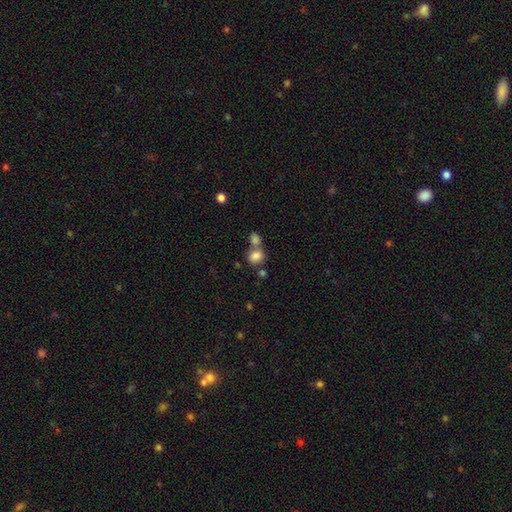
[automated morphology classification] Overall: smooth (83%). How rounded: round (64%; in between 35%). Merging: none (44%; merger 43%).